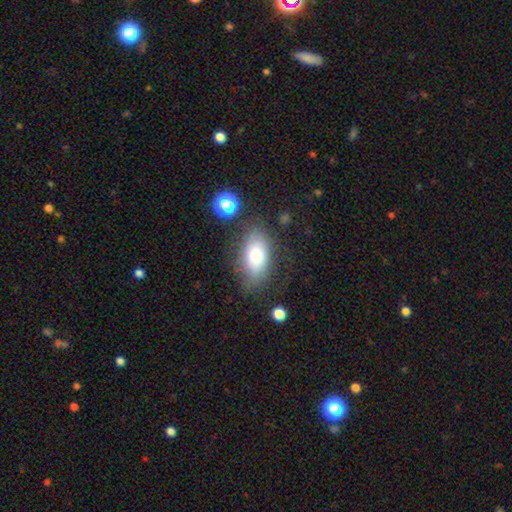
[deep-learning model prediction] A smooth galaxy with no disk features (75%) that is in between round and cigar-shaped (89%). Merging: none (74%).